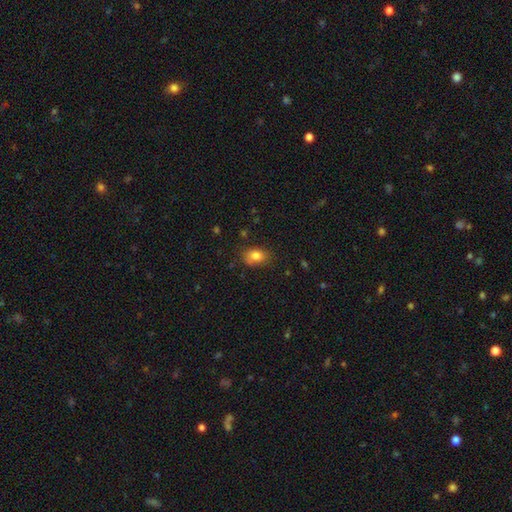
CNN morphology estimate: A smooth galaxy with no disk features (82%) that is in between round and cigar-shaped (76%).

Vote fractions:
- Smooth or featured? smooth: 82% / star or artifact: 10% / featured or disk: 9%
- How rounded? in between: 76% / round: 23% / cigar-shaped: 1%
- Merging? none: 73% / minor disturbance: 20% / major disturbance: 4% / merger: 3%